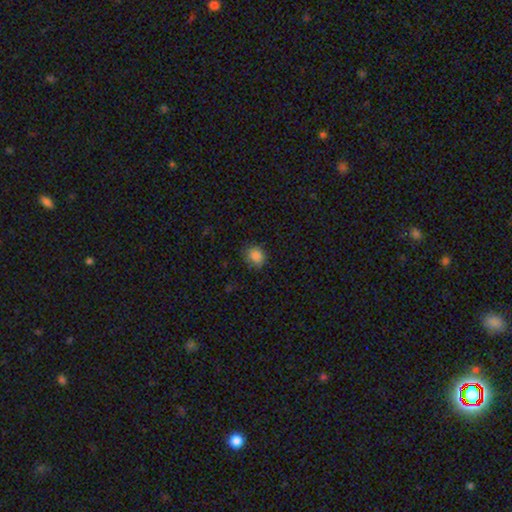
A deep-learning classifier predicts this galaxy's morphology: A smooth galaxy with no disk features (85%) that is round (72%).

Vote fractions:
- Smooth or featured? smooth: 85% / star or artifact: 11% / featured or disk: 4%
- How rounded? round: 72% / in between: 27% / cigar-shaped: 1%
- Merging? none: 78% / minor disturbance: 17% / major disturbance: 4% / merger: 1%